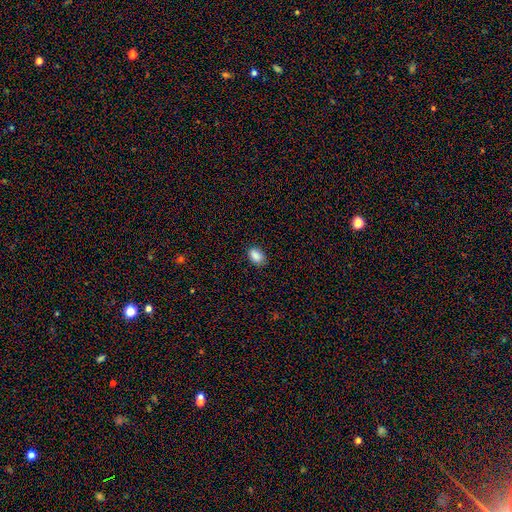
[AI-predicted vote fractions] smooth 88%, star or artifact 9%, featured or disk 4%. Down the decision tree: how rounded — in between (84%); merging — none (83%).